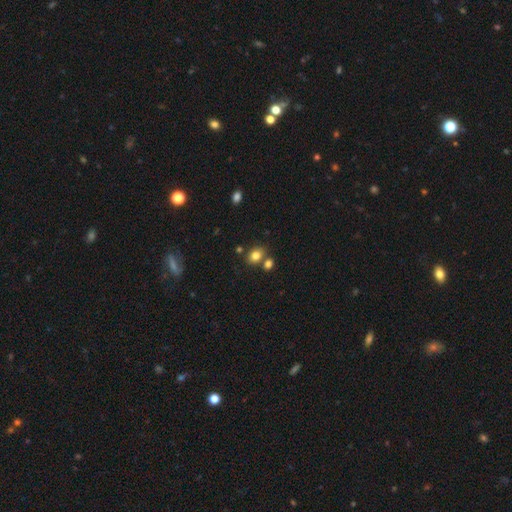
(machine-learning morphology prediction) smooth_or_featured: smooth (p=0.81) [alt: star or artifact p=0.11]
how_rounded: in between (p=0.56) [alt: round p=0.43]
merging: none (p=0.65) [alt: merger p=0.21]